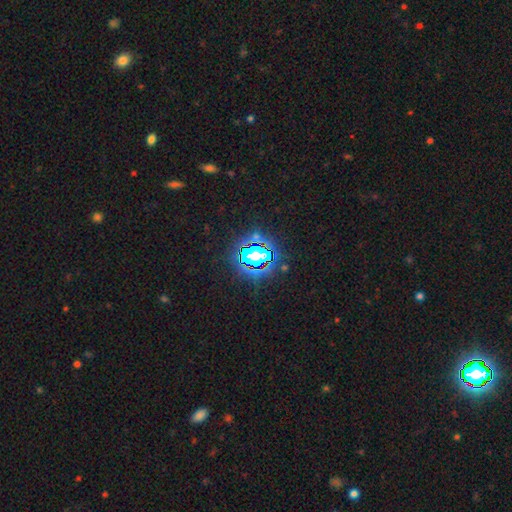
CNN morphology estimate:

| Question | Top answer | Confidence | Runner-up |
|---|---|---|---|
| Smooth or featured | star or artifact | 79% | smooth (13%) |